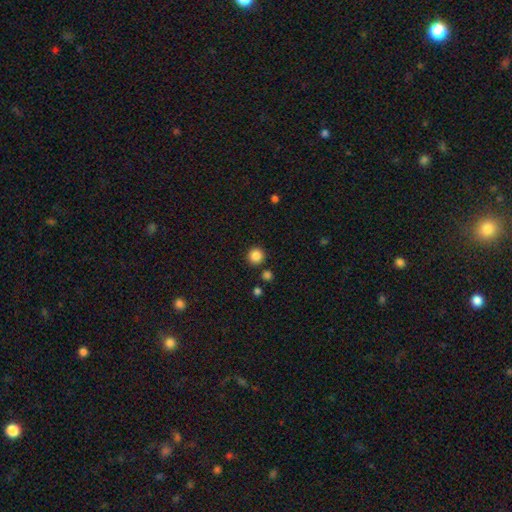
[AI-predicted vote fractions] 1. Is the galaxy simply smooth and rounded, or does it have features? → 86% smooth, 11% star or artifact, 3% featured or disk.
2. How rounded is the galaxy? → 94% round, 5% in between, 1% cigar-shaped.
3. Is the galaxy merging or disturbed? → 89% none, 6% minor disturbance, 4% merger, 2% major disturbance.